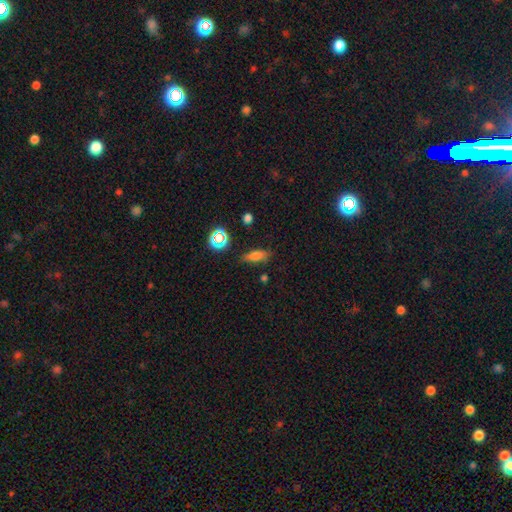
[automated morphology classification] Q: Smooth or featured?
A: smooth (72%); runner-up: star or artifact (16%)
Q: How rounded?
A: in between (64%); runner-up: cigar-shaped (29%)
Q: Merging?
A: none (74%); runner-up: minor disturbance (18%)